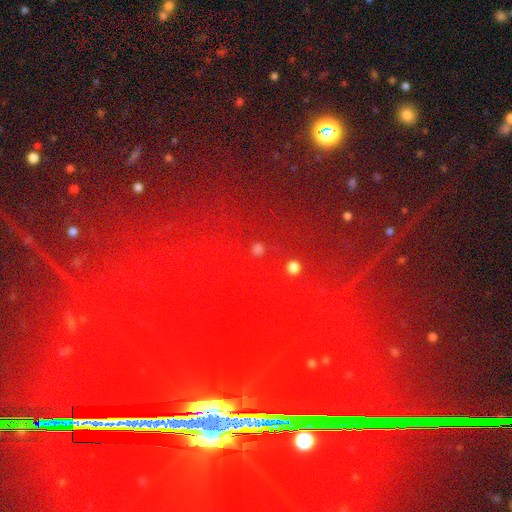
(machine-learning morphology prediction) star or artifact 82%, featured or disk 10%, smooth 8%.